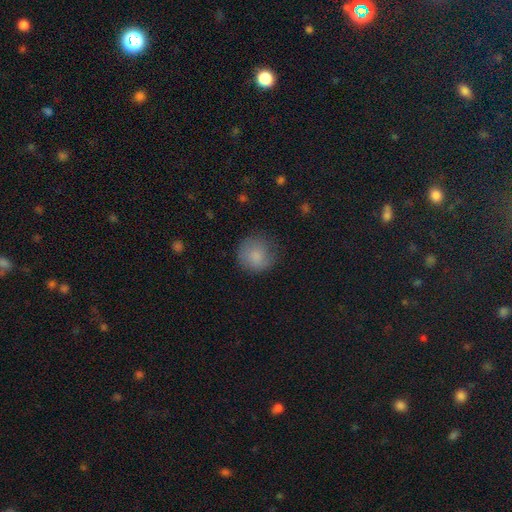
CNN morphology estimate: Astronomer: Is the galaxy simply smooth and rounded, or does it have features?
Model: smooth — 84%.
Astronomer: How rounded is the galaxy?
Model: round — 92%.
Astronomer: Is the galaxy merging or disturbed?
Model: none — 76%.